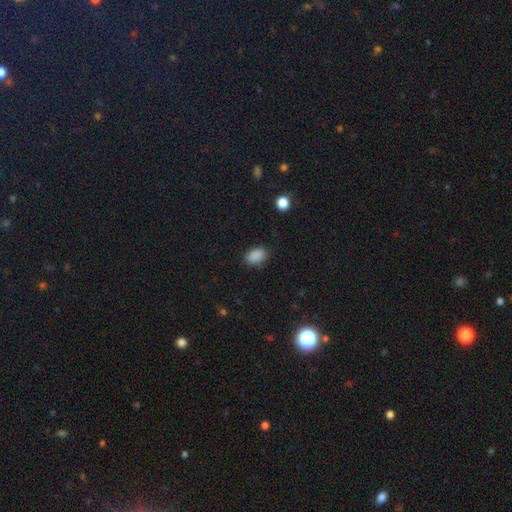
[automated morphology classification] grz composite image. It shows a smooth galaxy with no disk features (88%) that is in between round and cigar-shaped (85%). Merging: none (82%).